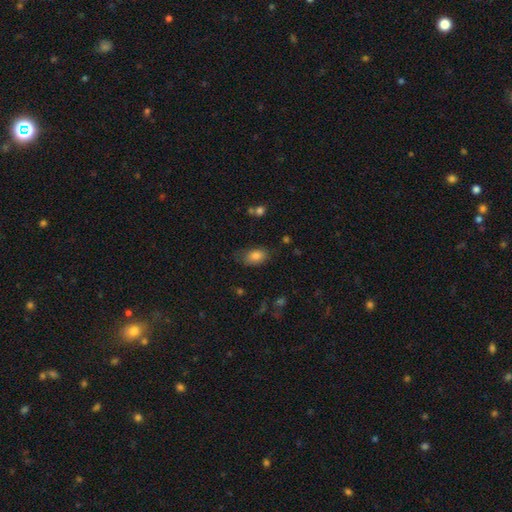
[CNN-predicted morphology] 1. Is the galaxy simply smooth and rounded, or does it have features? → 83% smooth, 9% featured or disk, 8% star or artifact.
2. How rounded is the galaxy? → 90% in between, 8% round, 2% cigar-shaped.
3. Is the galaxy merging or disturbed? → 67% none, 23% minor disturbance, 7% major disturbance, 2% merger.